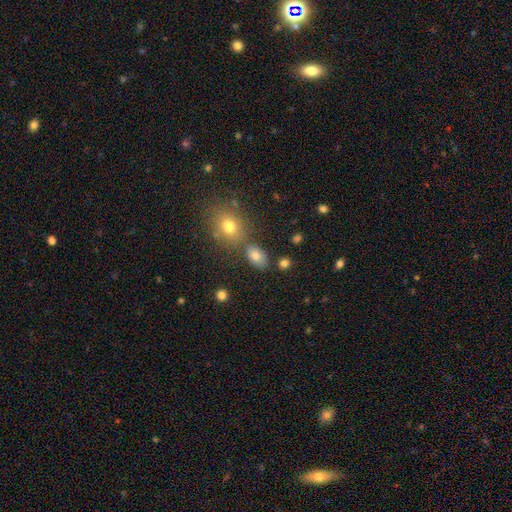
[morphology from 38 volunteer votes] Smooth or featured? 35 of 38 (92%) said smooth. How rounded? 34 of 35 (97%) said in between. Merging? 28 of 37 (76%) said none.